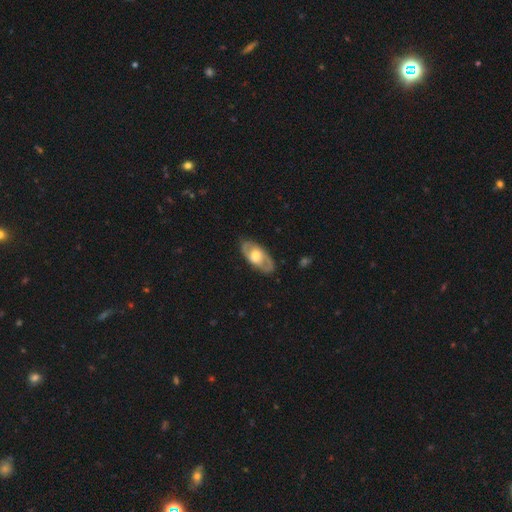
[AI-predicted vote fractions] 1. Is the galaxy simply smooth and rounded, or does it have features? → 62% featured or disk, 34% smooth, 5% star or artifact.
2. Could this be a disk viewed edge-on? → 86% no, 14% yes.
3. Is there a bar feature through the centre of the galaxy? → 66% no, 27% weak, 8% strong.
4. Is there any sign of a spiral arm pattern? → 57% yes, 43% no.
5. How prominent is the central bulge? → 65% moderate, 21% large, 12% small, 1% dominant, 1% none.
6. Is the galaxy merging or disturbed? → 83% none, 13% minor disturbance, 4% major disturbance, 1% merger.